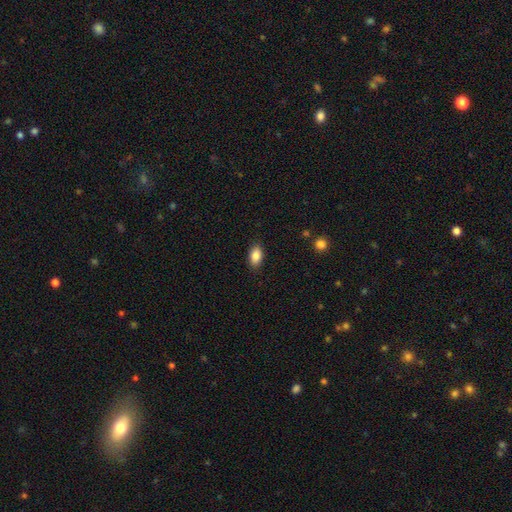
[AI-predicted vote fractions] Morphology: type=smooth (87%); roundness=in between (90%); merging=none (87%).